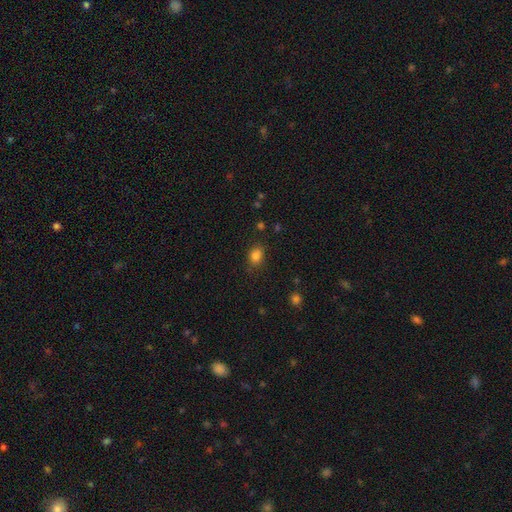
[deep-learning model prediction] Smooth or featured? smooth (84%)
How rounded? in between (63%)
Merging? none (80%)